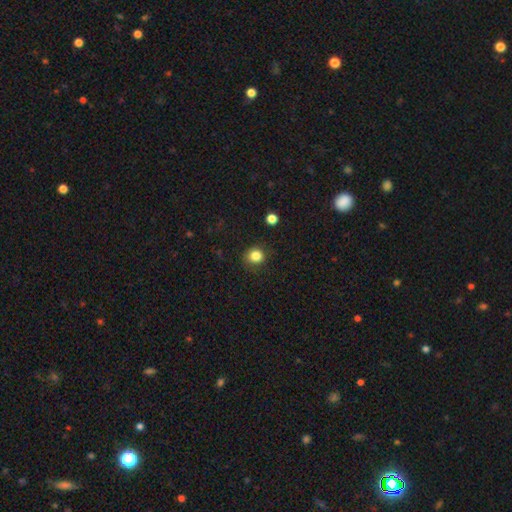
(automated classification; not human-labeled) Smooth or featured: smooth — 84% (star or artifact — 11%)
How rounded: round — 84% (in between — 15%)
Merging: none — 85% (minor disturbance — 10%)